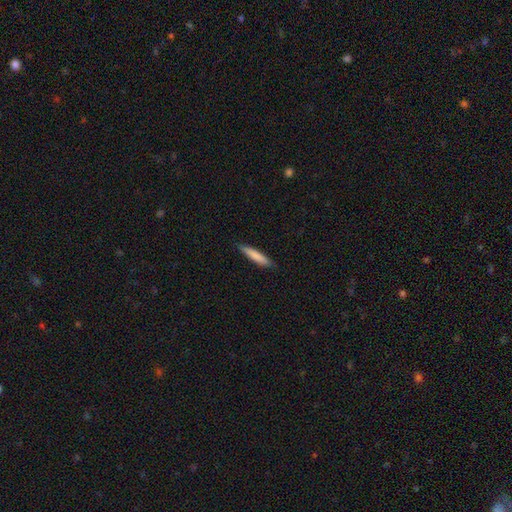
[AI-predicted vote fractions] Smooth or featured? Predicted: smooth (p=0.81). How rounded? Predicted: cigar-shaped (p=0.89). Merging? Predicted: none (p=0.87).